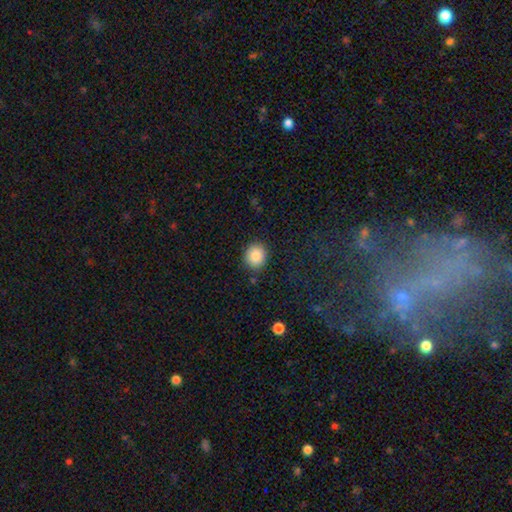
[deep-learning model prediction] Overall: smooth (87%). How rounded: round (79%). Merging: none (87%).